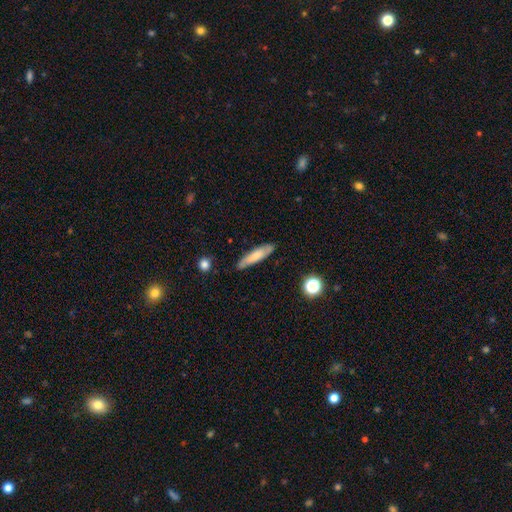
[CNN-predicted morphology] A smooth galaxy with no disk features (67%) that is cigar-shaped (79%).

Vote fractions:
- Smooth or featured? smooth: 67% / featured or disk: 26% / star or artifact: 7%
- How rounded? cigar-shaped: 79% / in between: 19% / round: 2%
- Merging? none: 81% / minor disturbance: 14% / major disturbance: 3% / merger: 2%